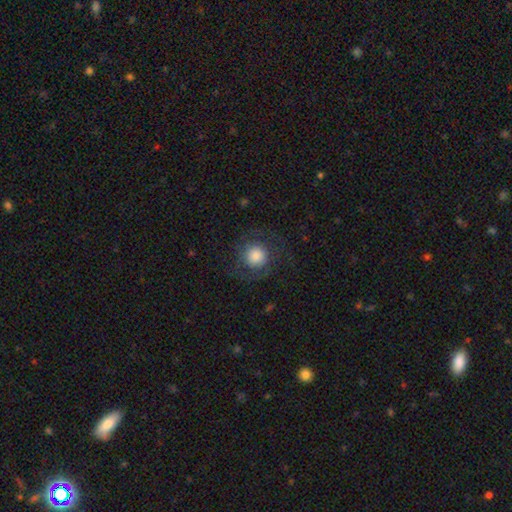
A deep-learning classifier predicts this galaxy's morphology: Q: Smooth or featured?
A: smooth (64%); runner-up: featured or disk (27%)
Q: How rounded?
A: round (93%); runner-up: in between (6%)
Q: Merging?
A: none (72%); runner-up: minor disturbance (14%)